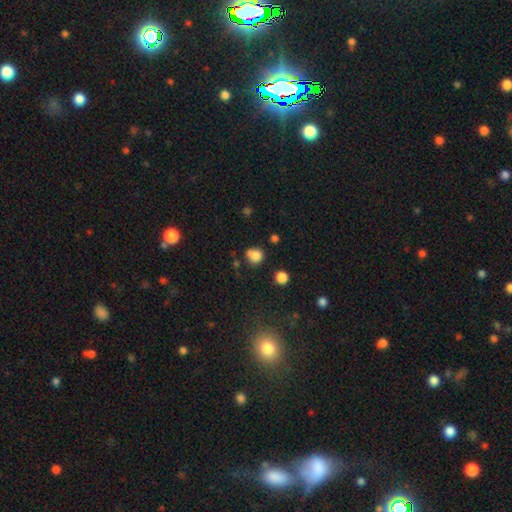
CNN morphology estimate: Q: Smooth or featured?
A: smooth (80%); runner-up: star or artifact (13%)
Q: How rounded?
A: round (77%); runner-up: in between (22%)
Q: Merging?
A: none (56%); runner-up: minor disturbance (22%)